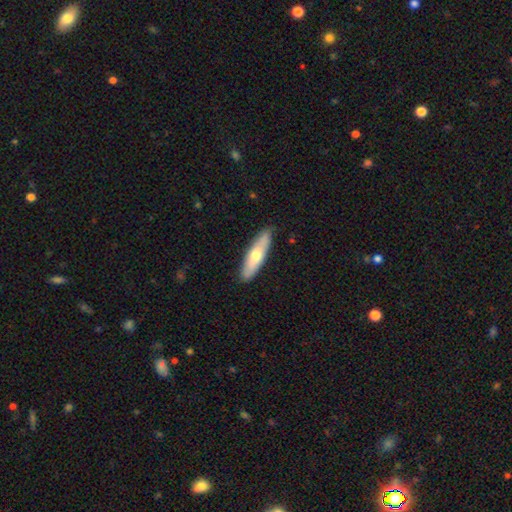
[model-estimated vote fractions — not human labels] A smooth galaxy with no disk features (60%) that is cigar-shaped (67%). Merging: none (88%).